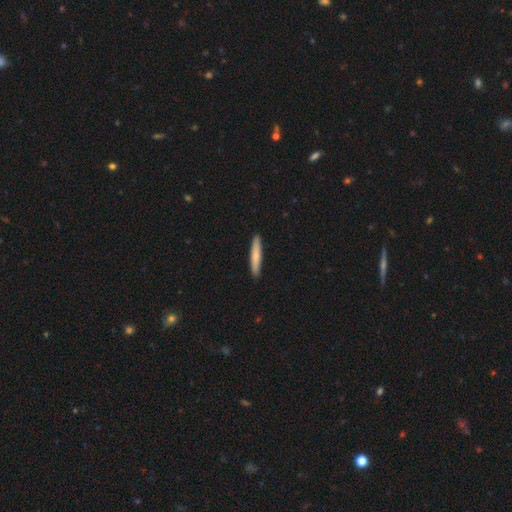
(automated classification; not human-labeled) Q: Smooth or featured?
A: smooth (75%); runner-up: featured or disk (20%)
Q: How rounded?
A: cigar-shaped (93%); runner-up: in between (6%)
Q: Merging?
A: none (92%); runner-up: minor disturbance (6%)